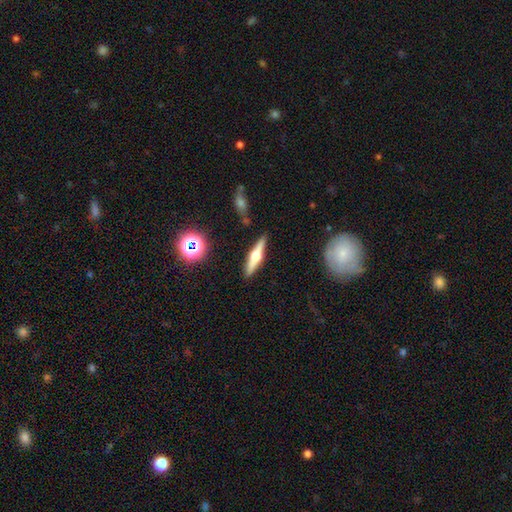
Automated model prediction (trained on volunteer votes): featured or disk 67%, smooth 26%, star or artifact 7%. Down the decision tree: edge-on disk — yes (96%); edge-on bulge — rounded (94%); merging — none (88%).